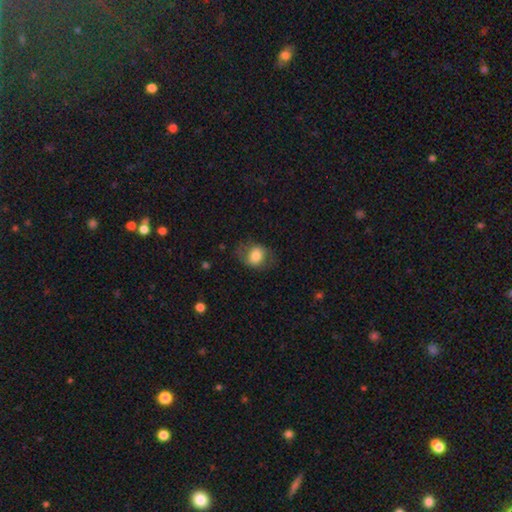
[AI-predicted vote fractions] Smooth or featured? smooth (69%)
How rounded? round (53%)
Merging? none (66%)